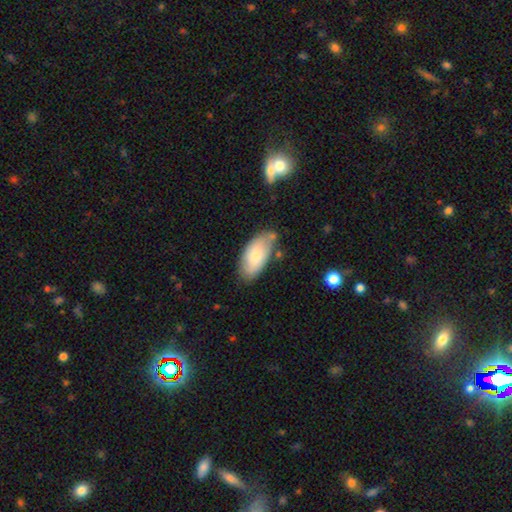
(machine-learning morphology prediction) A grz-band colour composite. It shows a smooth galaxy with no disk features (75%) that is in between round and cigar-shaped (92%). Merging: none (65%).